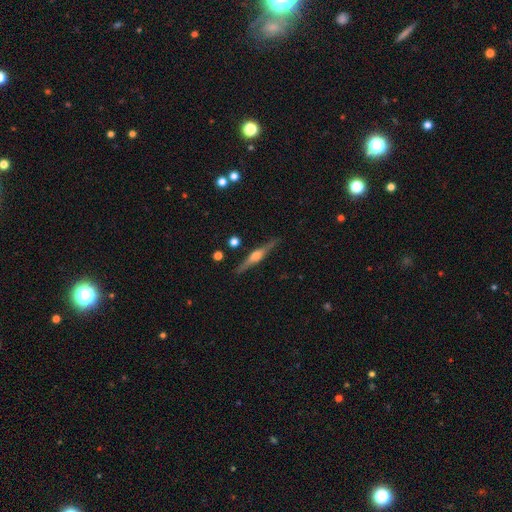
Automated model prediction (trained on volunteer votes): smooth-or-featured: featured or disk: 76% | smooth: 18% | star or artifact: 6%
  disk-edge-on: yes: 98% | no: 2%
    edge-on-bulge: rounded: 85% | boxy: 12% | none: 4%
  merging: none: 89% | minor disturbance: 8% | major disturbance: 2% | merger: 2%